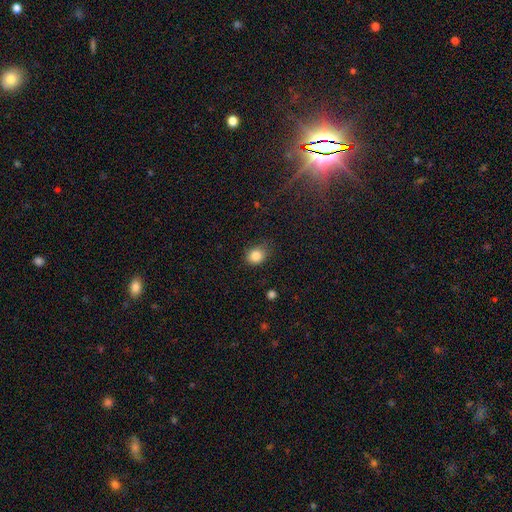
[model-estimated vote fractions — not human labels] smooth-or-featured: smooth: 85% | star or artifact: 10% | featured or disk: 5%
  how-rounded: round: 62% | in between: 37% | cigar-shaped: 1%
  merging: none: 70% | minor disturbance: 24% | major disturbance: 5% | merger: 1%